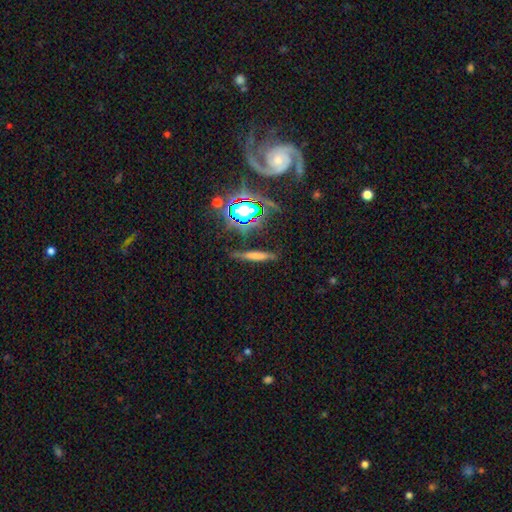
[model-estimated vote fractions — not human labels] This appears to be a smooth galaxy with no disk features (56%) that is cigar-shaped (88%). Merging: none (78%).